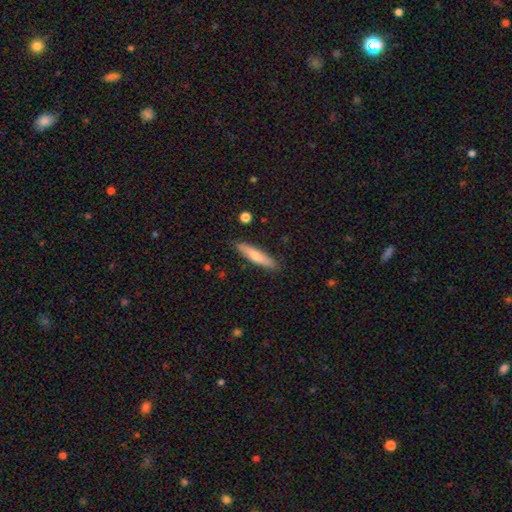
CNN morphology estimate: A smooth galaxy with no disk features (69%) that is cigar-shaped (85%).

Vote fractions:
- Smooth or featured? smooth: 69% / featured or disk: 25% / star or artifact: 6%
- How rounded? cigar-shaped: 85% / in between: 14% / round: 1%
- Merging? none: 88% / minor disturbance: 9% / major disturbance: 2% / merger: 1%